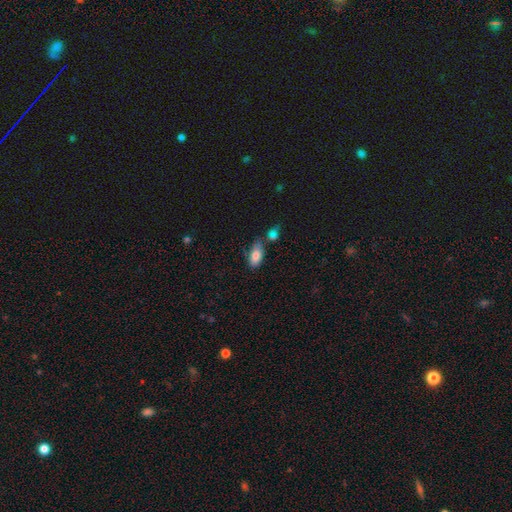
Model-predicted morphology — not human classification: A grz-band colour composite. It shows a smooth galaxy with no disk features (79%) that is in between round and cigar-shaped (90%). Merging: none (58%).